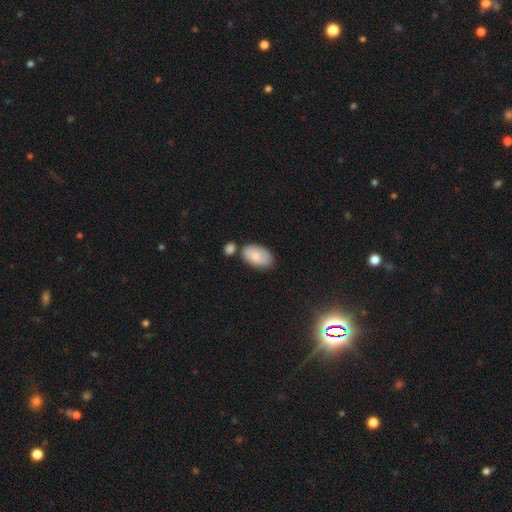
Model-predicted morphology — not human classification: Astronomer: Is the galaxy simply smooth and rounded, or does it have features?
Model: smooth — 80%.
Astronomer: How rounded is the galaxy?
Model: in between — 94%.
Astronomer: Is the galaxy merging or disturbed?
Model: none — 60%.